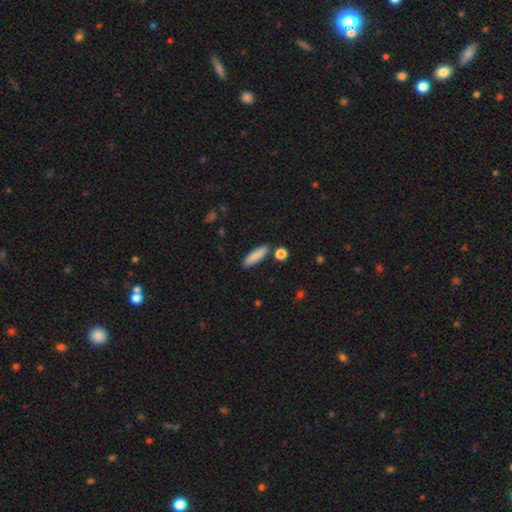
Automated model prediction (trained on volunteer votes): A smooth galaxy with no disk features (85%) that is cigar-shaped (62%).

Vote fractions:
- Smooth or featured? smooth: 85% / featured or disk: 9% / star or artifact: 6%
- How rounded? cigar-shaped: 62% / in between: 35% / round: 2%
- Merging? none: 83% / minor disturbance: 10% / merger: 5% / major disturbance: 2%